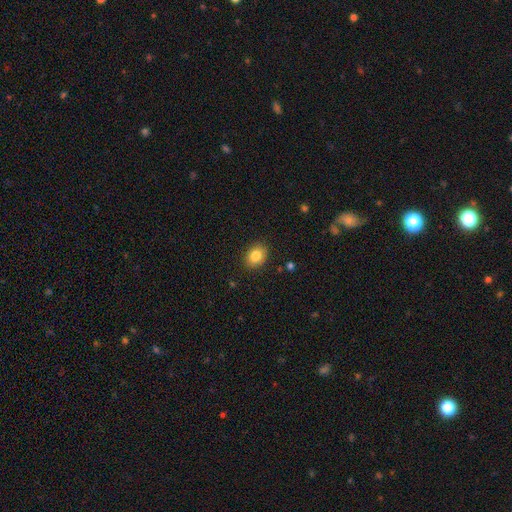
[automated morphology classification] type=smooth (84%); roundness=in between (57%); merging=none (88%).